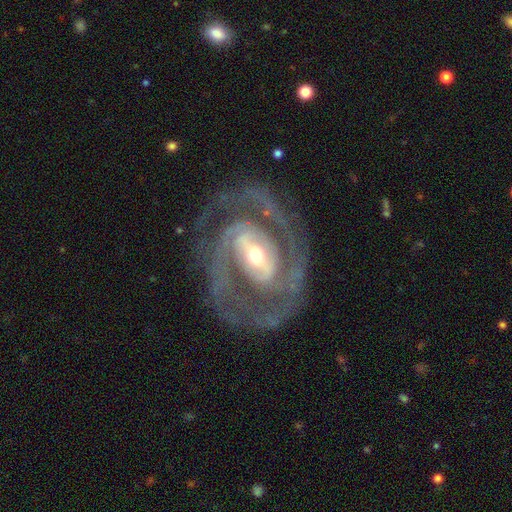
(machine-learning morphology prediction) Q: Smooth or featured?
A: featured or disk (90%); runner-up: smooth (5%)
Q: Edge-on disk?
A: no (96%); runner-up: yes (4%)
Q: Bar?
A: strong (45%); runner-up: weak (36%)
Q: Spiral arms?
A: yes (94%); runner-up: no (6%)
Q: Spiral winding?
A: tight (52%); runner-up: medium (39%)
Q: Spiral arm count?
A: 2 (68%); runner-up: 3 (11%)
Q: Bulge size?
A: moderate (52%); runner-up: small (40%)
Q: Merging?
A: none (72%); runner-up: minor disturbance (15%)